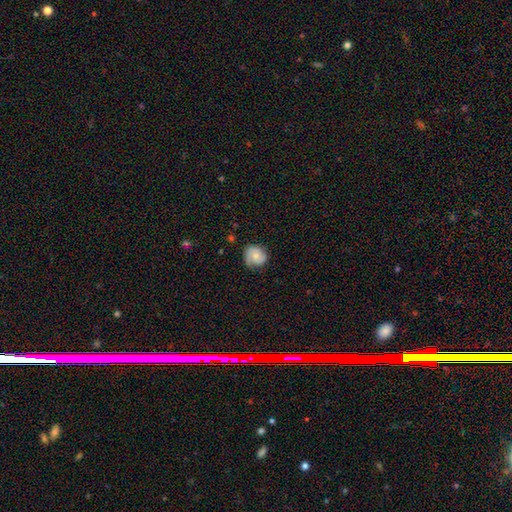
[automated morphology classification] smooth-or-featured: smooth: 50% | featured or disk: 43% | star or artifact: 7%
  merging: none: 68% | minor disturbance: 24% | major disturbance: 7% | merger: 1%